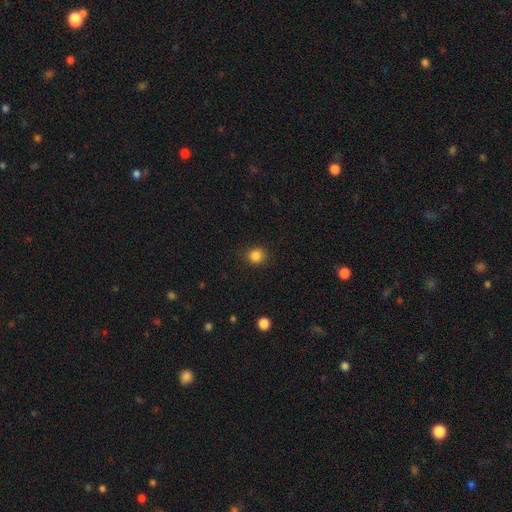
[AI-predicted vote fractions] Smooth or featured?
  - smooth: 85% *
  - star or artifact: 12%
  - featured or disk: 4%
How rounded?
  - round: 86% *
  - in between: 13%
  - cigar-shaped: 1%
Merging?
  - none: 88% *
  - minor disturbance: 8%
  - major disturbance: 3%
  - merger: 1%